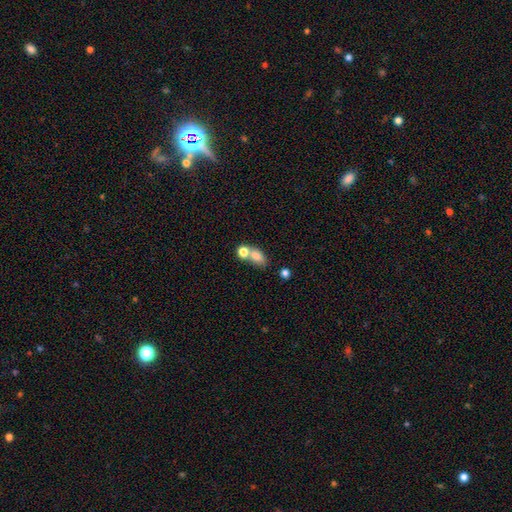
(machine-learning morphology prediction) This appears to be a smooth galaxy with no disk features (76%) that is in between round and cigar-shaped (76%). Merging: merger (47%).